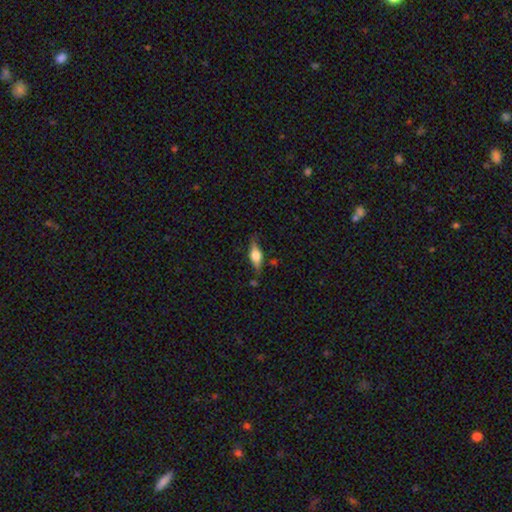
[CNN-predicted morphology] smooth 47%, featured or disk 46%, star or artifact 7%. Down the decision tree: merging — none (72%).